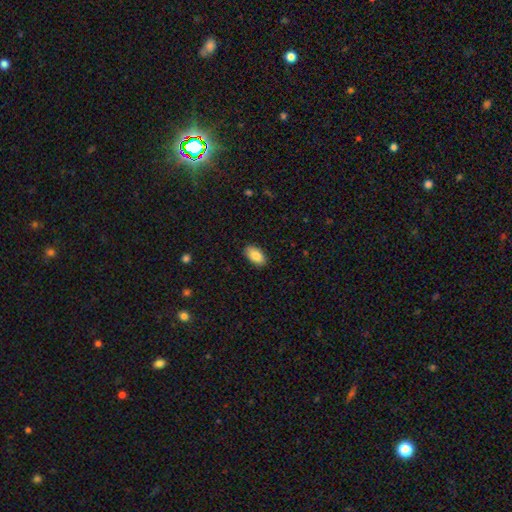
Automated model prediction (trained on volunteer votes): Smooth or featured: smooth — 85% (featured or disk — 8%)
How rounded: in between — 94% (round — 4%)
Merging: none — 89% (minor disturbance — 9%)